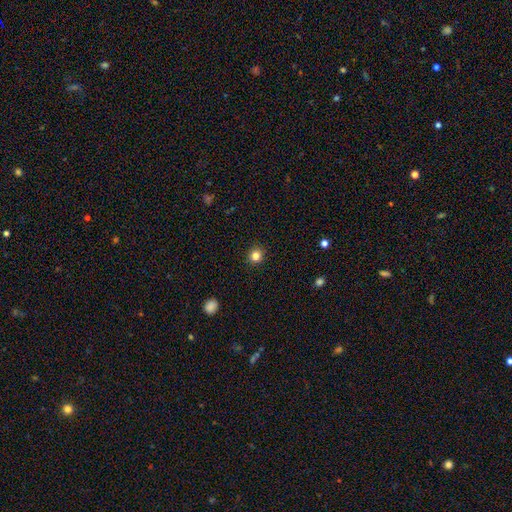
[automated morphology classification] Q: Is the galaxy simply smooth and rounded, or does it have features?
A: smooth — 83%.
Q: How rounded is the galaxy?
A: round — 89%.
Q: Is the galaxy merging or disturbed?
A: none — 91%.